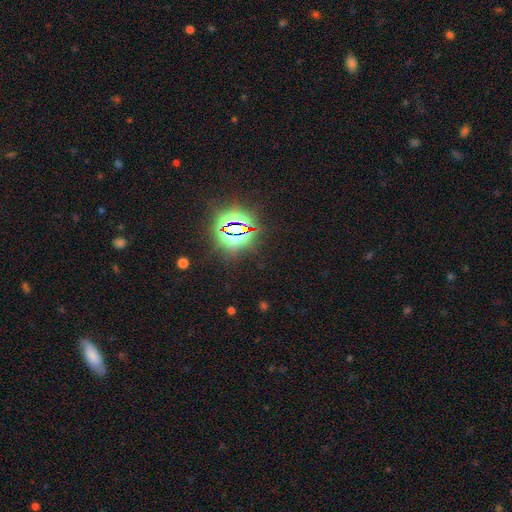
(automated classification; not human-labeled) This is clearly a star or artifact rather than a galaxy (83%).